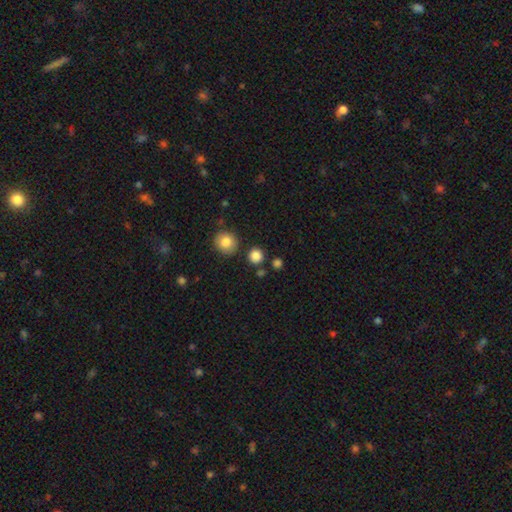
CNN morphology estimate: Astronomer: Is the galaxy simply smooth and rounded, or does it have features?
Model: smooth — 84%.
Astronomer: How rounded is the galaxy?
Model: round — 92%.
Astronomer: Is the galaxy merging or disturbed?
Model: none — 85%.